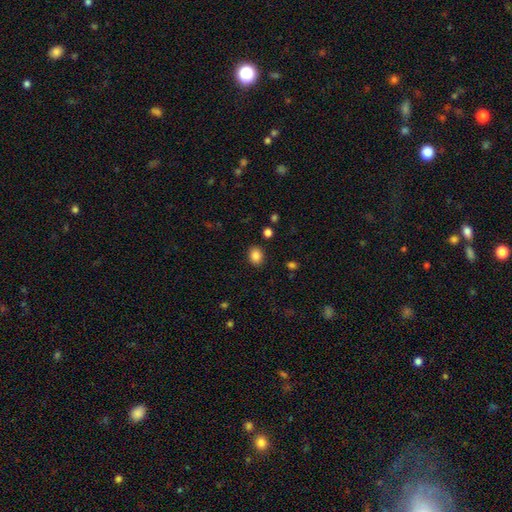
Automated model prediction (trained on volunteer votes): Smooth or featured?
  - smooth: 86% *
  - star or artifact: 10%
  - featured or disk: 4%
How rounded?
  - round: 50% *
  - in between: 49%
  - cigar-shaped: 1%
Merging?
  - none: 88% *
  - minor disturbance: 8%
  - major disturbance: 3%
  - merger: 2%